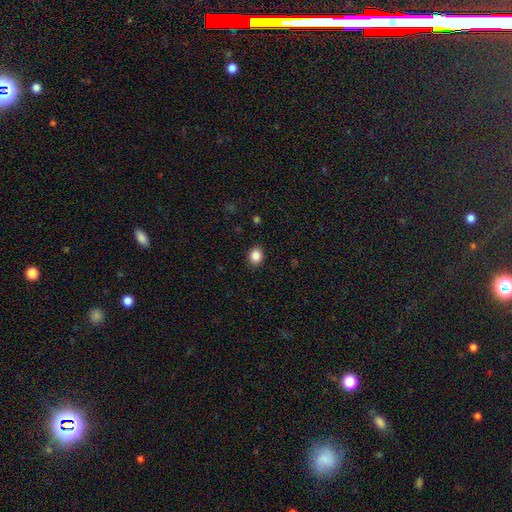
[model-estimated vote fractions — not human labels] smooth-or-featured: smooth: 87% | star or artifact: 10% | featured or disk: 4%
  how-rounded: round: 59% | in between: 40% | cigar-shaped: 1%
  merging: none: 90% | minor disturbance: 7% | major disturbance: 2% | merger: 1%